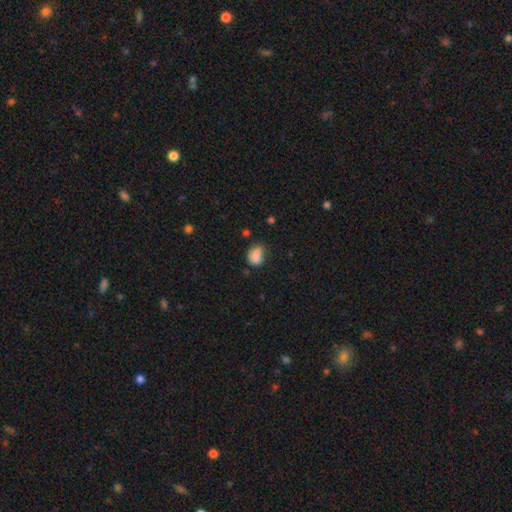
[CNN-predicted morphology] The model was most divided on "merging": none: 45%, minor disturbance: 33%, major disturbance: 13%, merger: 10%. More confident: smooth or featured — smooth (79%); how rounded — in between (61%).